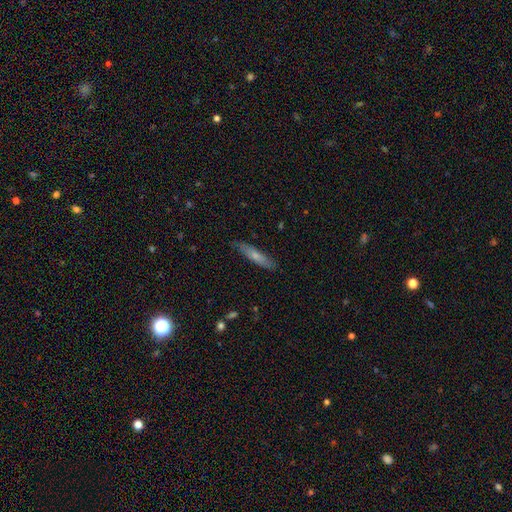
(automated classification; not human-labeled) A smooth galaxy with no disk features (62%) that is cigar-shaped (85%). Merging: none (84%).